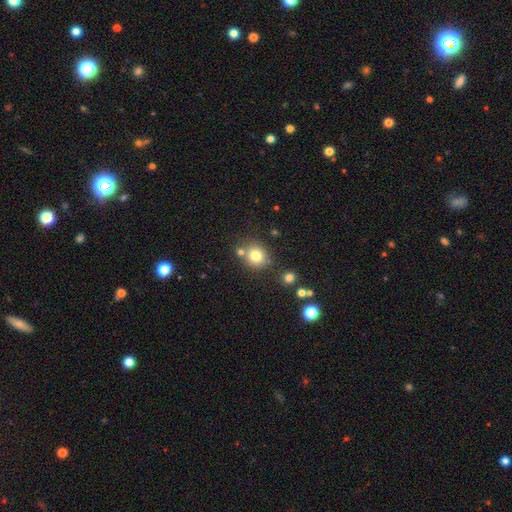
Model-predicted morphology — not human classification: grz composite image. It shows a smooth galaxy with no disk features (78%) that is round (86%). Merging: none (73%).